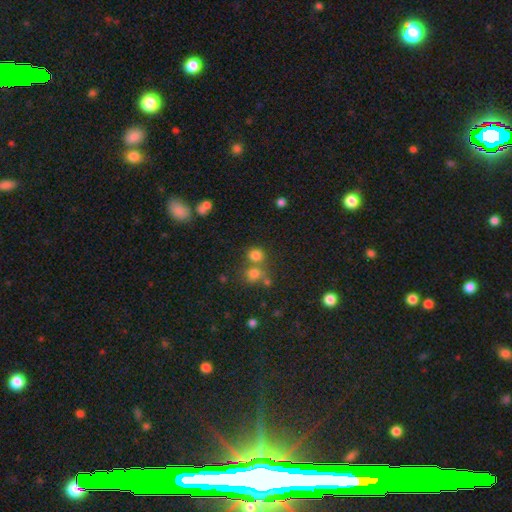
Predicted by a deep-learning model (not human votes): Smooth or featured?
  - smooth: 76% *
  - star or artifact: 17%
  - featured or disk: 7%
How rounded?
  - round: 80% *
  - in between: 18%
  - cigar-shaped: 1%
Merging?
  - none: 58% *
  - merger: 30%
  - minor disturbance: 8%
  - major disturbance: 4%